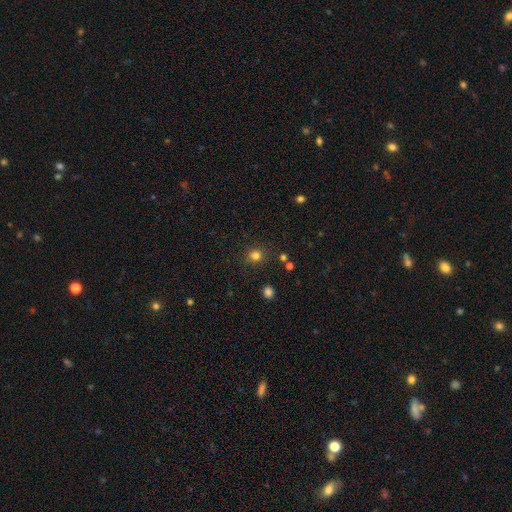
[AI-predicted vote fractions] Smooth or featured? Predicted: smooth (p=0.79). How rounded? Predicted: round (p=0.85). Merging? Predicted: none (p=0.87).